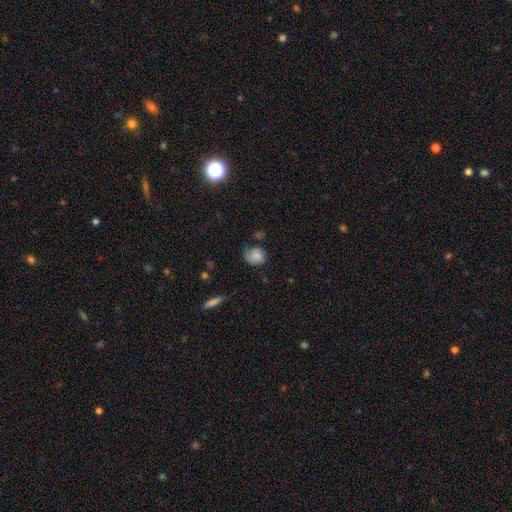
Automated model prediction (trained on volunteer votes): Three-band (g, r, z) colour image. It shows a smooth galaxy with no disk features (77%) that is round (70%). Merging: none (51%).